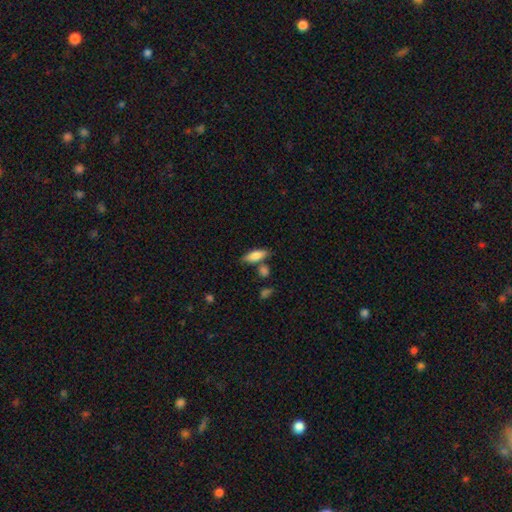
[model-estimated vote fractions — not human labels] A smooth galaxy with no disk features (80%) that is in between round and cigar-shaped (68%).

Vote fractions:
- Smooth or featured? smooth: 80% / featured or disk: 13% / star or artifact: 7%
- How rounded? in between: 68% / cigar-shaped: 29% / round: 3%
- Merging? none: 70% / minor disturbance: 15% / merger: 11% / major disturbance: 4%